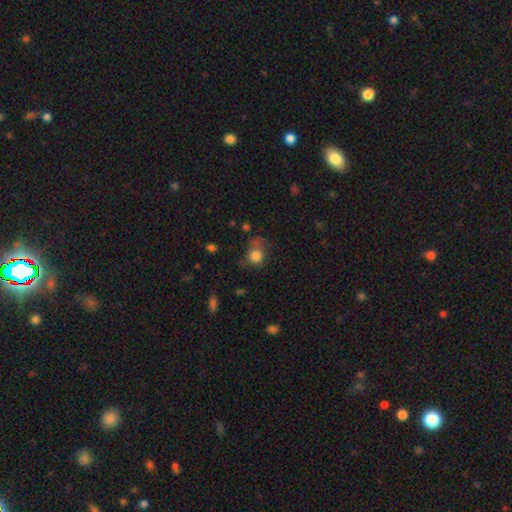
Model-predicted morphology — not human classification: A smooth galaxy with no disk features (80%) that is round (75%). Merging: none (47%).